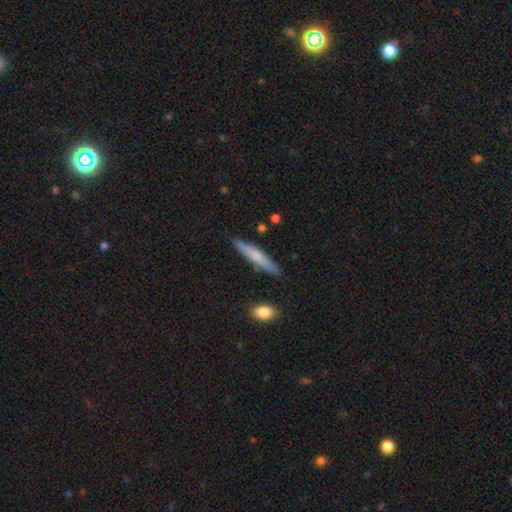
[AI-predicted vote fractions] Smooth or featured: smooth — 66% (featured or disk — 28%)
How rounded: cigar-shaped — 91% (in between — 8%)
Merging: none — 87% (minor disturbance — 9%)